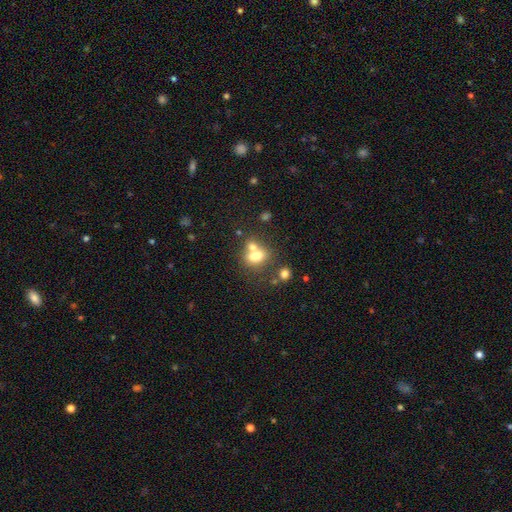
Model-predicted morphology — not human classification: This appears to be a smooth galaxy with no disk features (72%) that is in between round and cigar-shaped (57%). Merging: merger (48%).